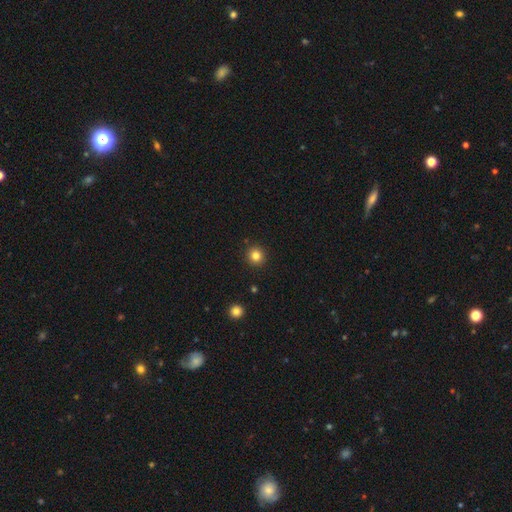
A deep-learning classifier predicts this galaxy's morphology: Smooth or featured: smooth — 83% (star or artifact — 12%)
How rounded: round — 94% (in between — 5%)
Merging: none — 92% (minor disturbance — 5%)